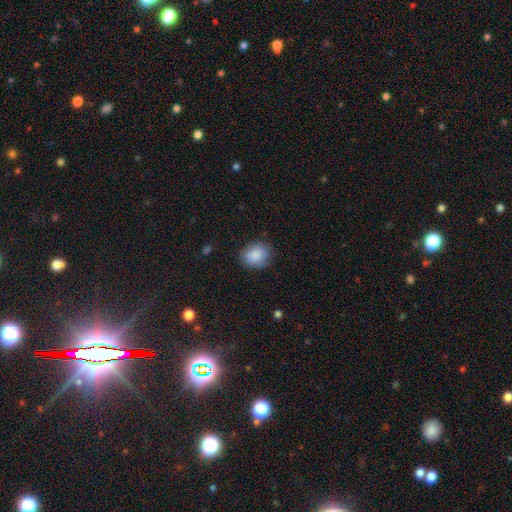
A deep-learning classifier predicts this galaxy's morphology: smooth 87%, star or artifact 7%, featured or disk 5%. Down the decision tree: how rounded — round (66%); merging — none (80%).